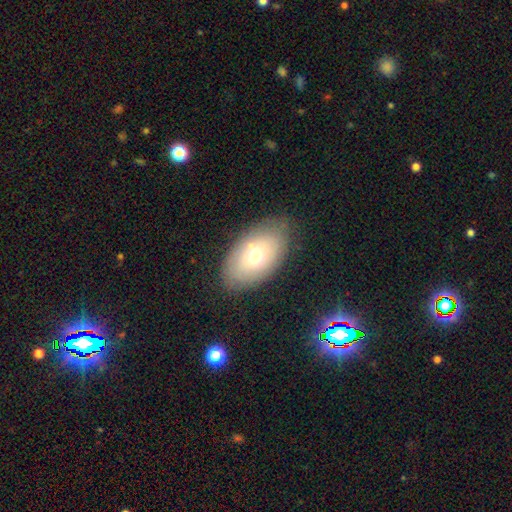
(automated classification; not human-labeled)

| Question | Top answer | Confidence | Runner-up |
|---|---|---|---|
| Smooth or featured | smooth | 64% | featured or disk (27%) |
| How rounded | in between | 90% | round (8%) |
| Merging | none | 77% | minor disturbance (15%) |